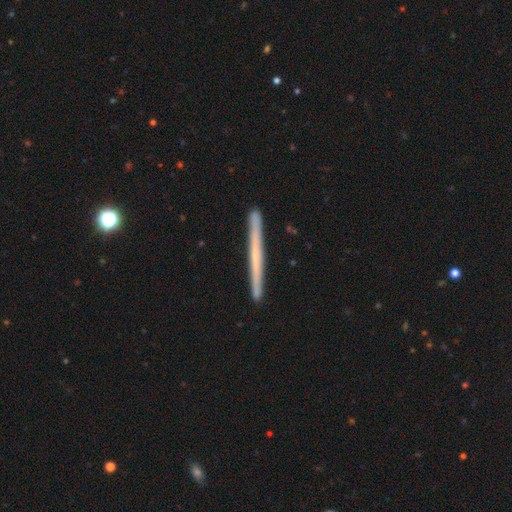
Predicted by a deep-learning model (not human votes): Morphology: type=featured or disk (53%); edge-on=yes (97%); edge-on bulge=none (85%); merging=none (91%).